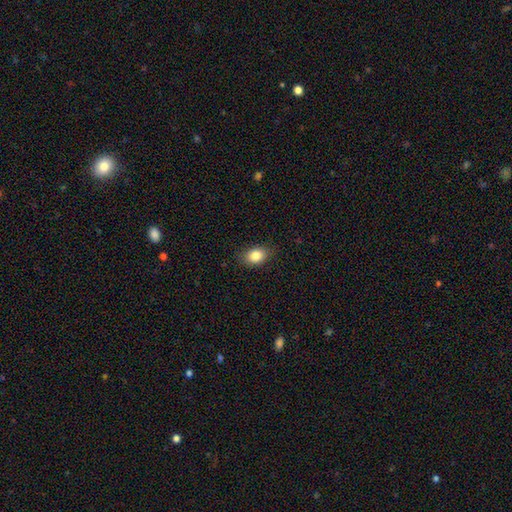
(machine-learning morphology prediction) Smooth or featured? smooth (85%)
How rounded? in between (75%)
Merging? none (83%)